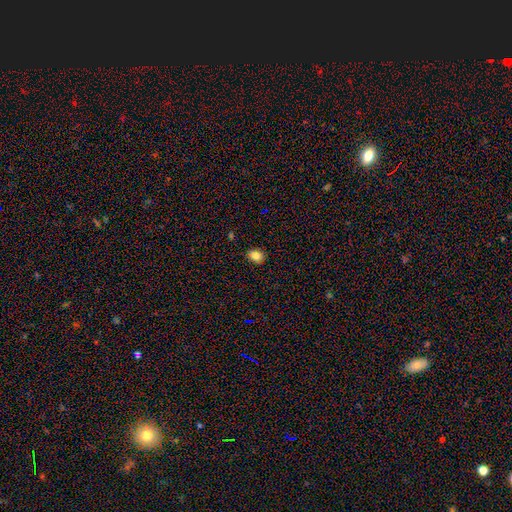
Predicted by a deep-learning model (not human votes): smooth-or-featured: smooth: 83% | star or artifact: 11% | featured or disk: 6%
  how-rounded: in between: 59% | round: 40% | cigar-shaped: 1%
  merging: none: 88% | minor disturbance: 9% | major disturbance: 2% | merger: 1%